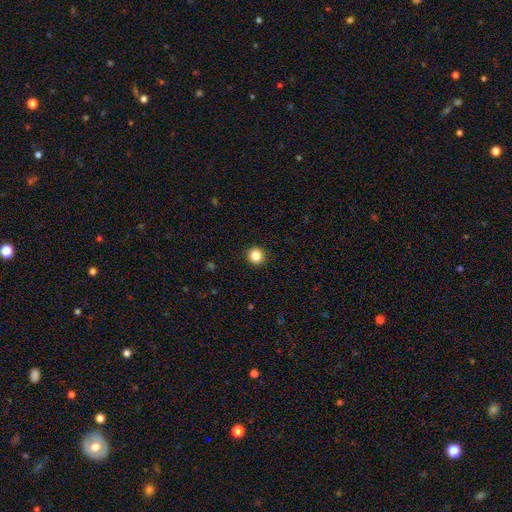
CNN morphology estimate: The model was most divided on "smooth or featured": smooth: 85%, star or artifact: 11%, featured or disk: 4%. More confident: how rounded — round (93%); merging — none (92%).